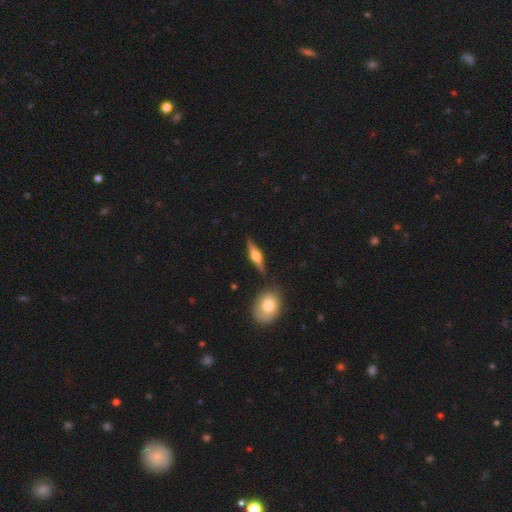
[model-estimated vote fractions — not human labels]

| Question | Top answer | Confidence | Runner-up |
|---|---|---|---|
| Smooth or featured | featured or disk | 72% | smooth (23%) |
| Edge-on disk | yes | 96% | no (4%) |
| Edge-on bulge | rounded | 93% | boxy (5%) |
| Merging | none | 84% | minor disturbance (9%) |